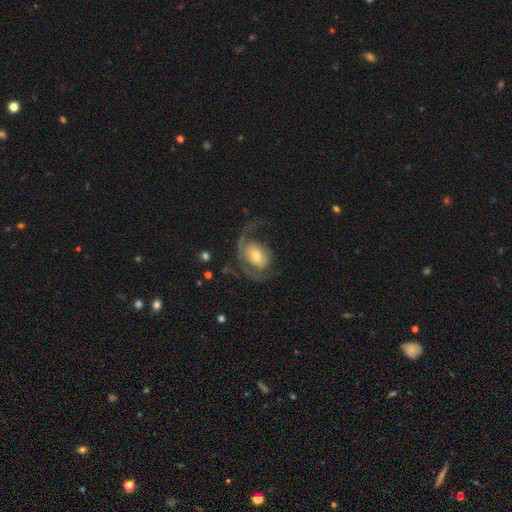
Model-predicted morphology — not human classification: featured or disk 68%, smooth 25%, star or artifact 7%. Down the decision tree: edge-on disk — no (96%); bar — no (55%); spiral arms — yes (84%); spiral arm count — 2 (59%); spiral winding — loose (46%); bulge size — moderate (58%); merging — none (40%).